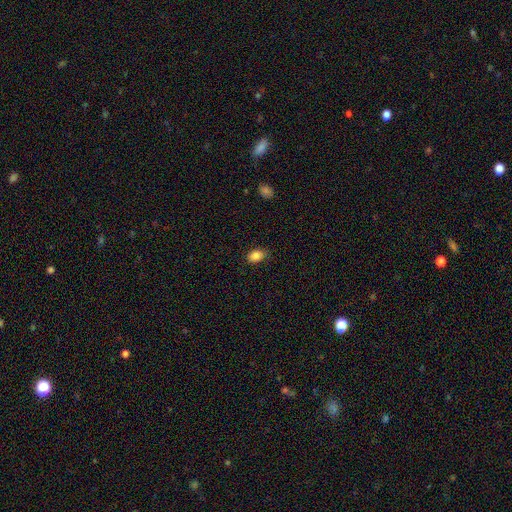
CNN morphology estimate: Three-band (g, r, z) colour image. It shows a smooth galaxy with no disk features (85%) that is in between round and cigar-shaped (81%). Merging: none (80%).